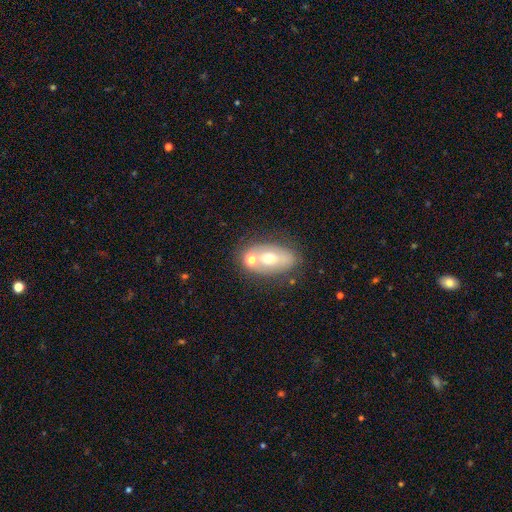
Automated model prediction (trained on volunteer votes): Smooth or featured? Predicted: smooth (p=0.49). Merging? Predicted: none (p=0.43).